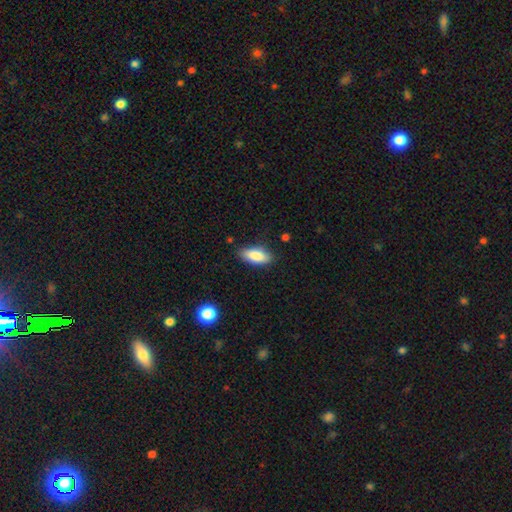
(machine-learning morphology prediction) smooth 82%, featured or disk 11%, star or artifact 7%. Down the decision tree: how rounded — in between (81%); merging — none (84%).